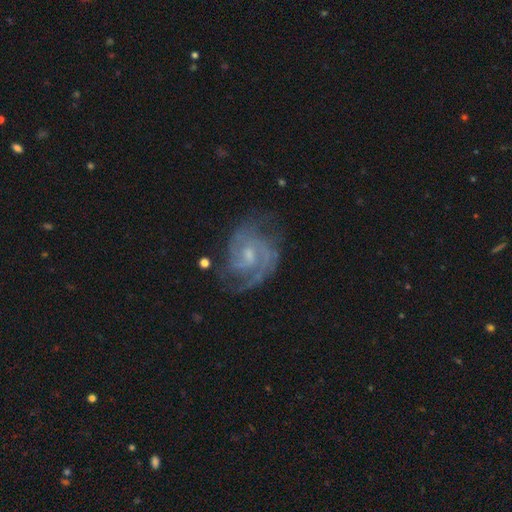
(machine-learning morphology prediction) Smooth or featured? featured or disk (87%)
Edge-on disk? no (98%)
Bar? weak (49%)
Spiral arms? yes (97%)
Spiral winding? tight (46%)
Spiral arm count? 2 (64%)
Bulge size? small (57%)
Merging? none (72%)